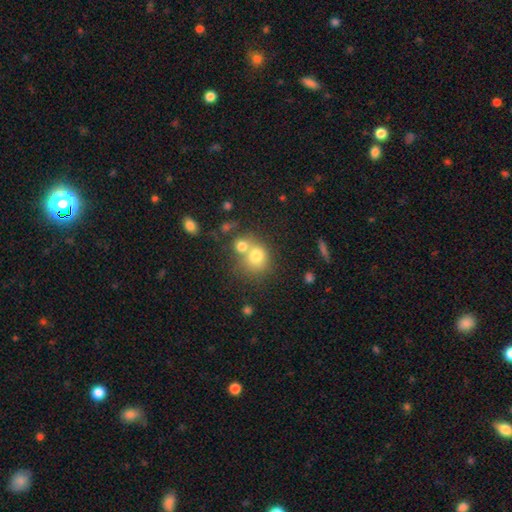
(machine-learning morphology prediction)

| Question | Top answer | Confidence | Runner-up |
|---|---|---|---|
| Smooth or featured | smooth | 74% | featured or disk (14%) |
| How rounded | round | 75% | in between (24%) |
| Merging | merger | 51% | none (36%) |